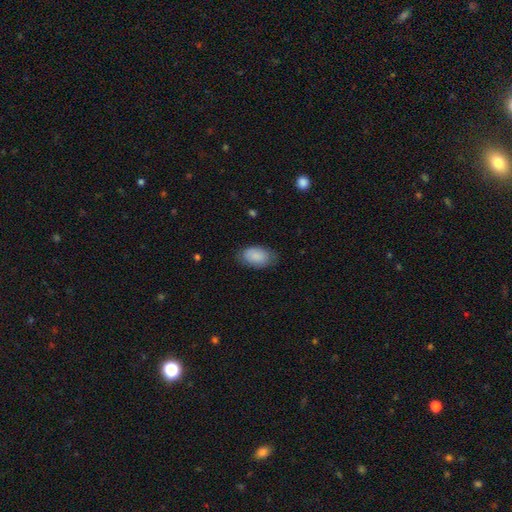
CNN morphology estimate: Smooth or featured? smooth (85%)
How rounded? in between (93%)
Merging? none (74%)